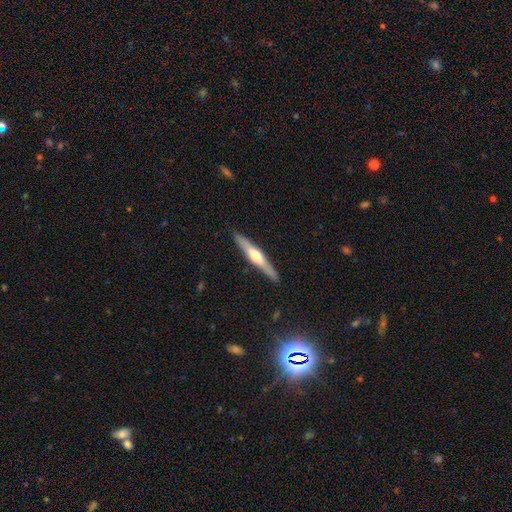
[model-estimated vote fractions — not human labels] A featured or disk galaxy (61%) viewed edge-on (96%) with a rounded central bulge (85%).

Vote fractions:
- Smooth or featured? featured or disk: 61% / smooth: 34% / star or artifact: 5%
- Edge-on disk? yes: 96% / no: 4%
- Edge-on bulge? rounded: 85% / none: 8% / boxy: 7%
- Merging? none: 90% / minor disturbance: 7% / major disturbance: 2% / merger: 1%